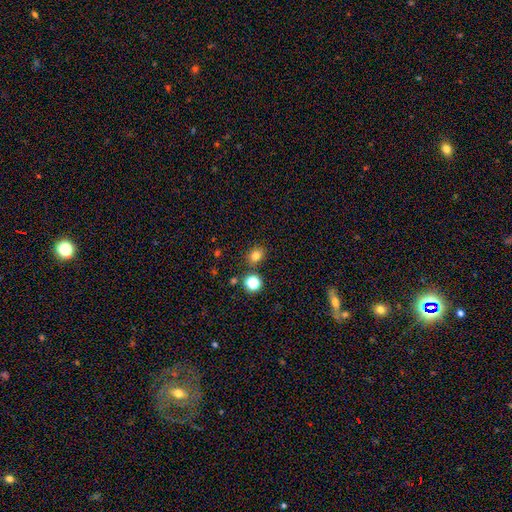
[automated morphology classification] Smooth or featured? Predicted: smooth (p=0.79). How rounded? Predicted: round (p=0.57). Merging? Predicted: none (p=0.82).